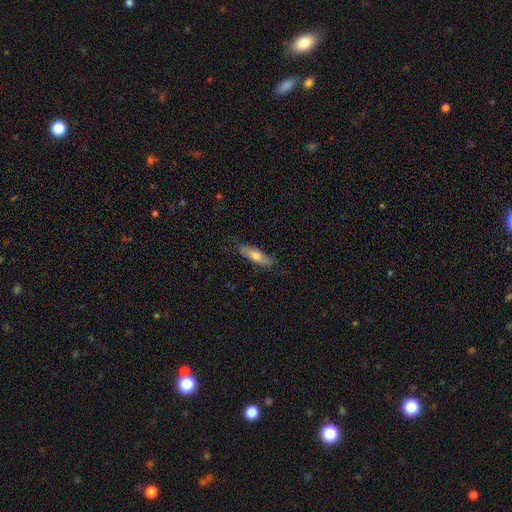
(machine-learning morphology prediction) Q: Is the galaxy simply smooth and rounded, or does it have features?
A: smooth — 67%.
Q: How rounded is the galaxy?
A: cigar-shaped — 49%.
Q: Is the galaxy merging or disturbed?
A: none — 82%.